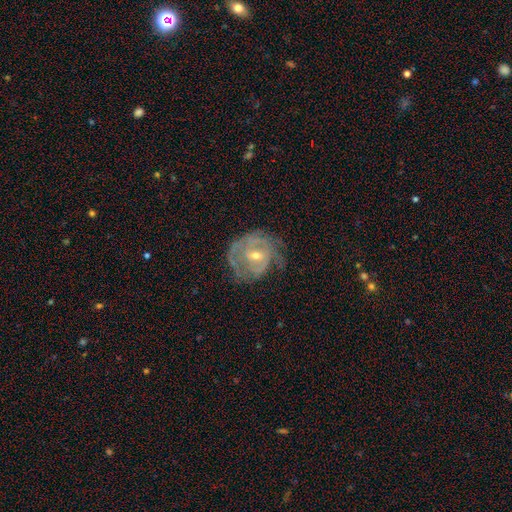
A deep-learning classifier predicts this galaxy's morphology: Overall: featured or disk (78%). Edge-on disk: no (97%). Bar: no (46%; weak 42%). Spiral arms: yes (84%). Spiral arm count: can't tell (39%; 2 32%). Spiral winding: tight (57%; medium 32%). Bulge size: moderate (50%; small 47%). Merging: none (57%; minor disturbance 25%).